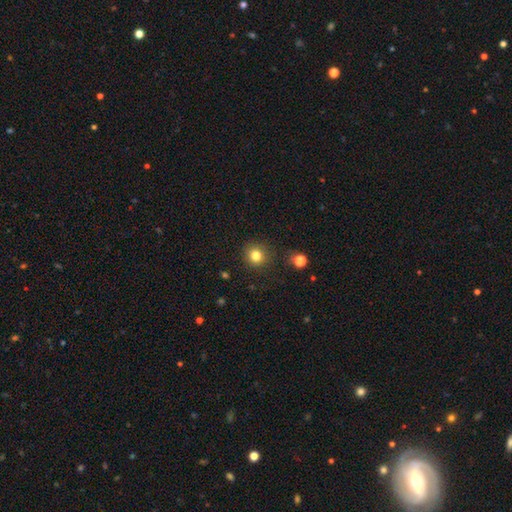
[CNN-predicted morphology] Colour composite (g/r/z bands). It shows a smooth galaxy with no disk features (81%) that is round (92%). Merging: none (87%).